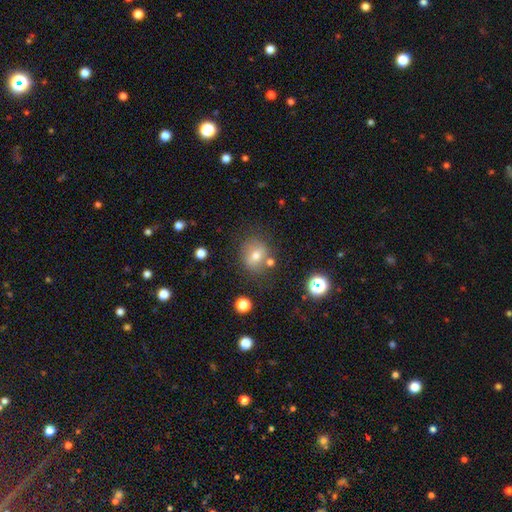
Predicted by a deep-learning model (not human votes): Smooth or featured? Predicted: smooth (p=0.66). How rounded? Predicted: round (p=0.67). Merging? Predicted: none (p=0.70).